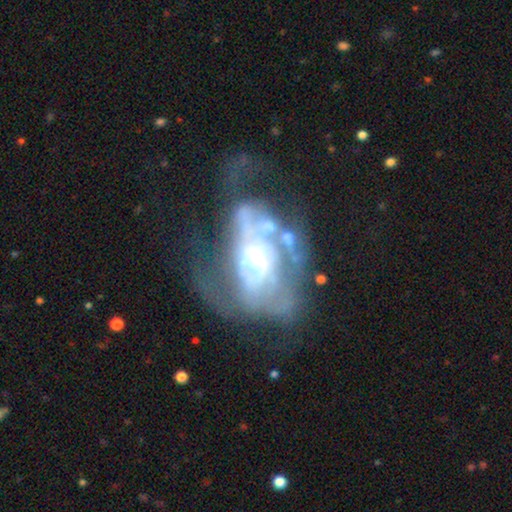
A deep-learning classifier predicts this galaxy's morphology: Smooth or featured? featured or disk (80%)
Edge-on disk? no (96%)
Bar? no (64%)
Spiral arms? yes (68%)
Spiral winding? tight (45%)
Spiral arm count? can't tell (47%)
Bulge size? moderate (62%)
Merging? major disturbance (45%)